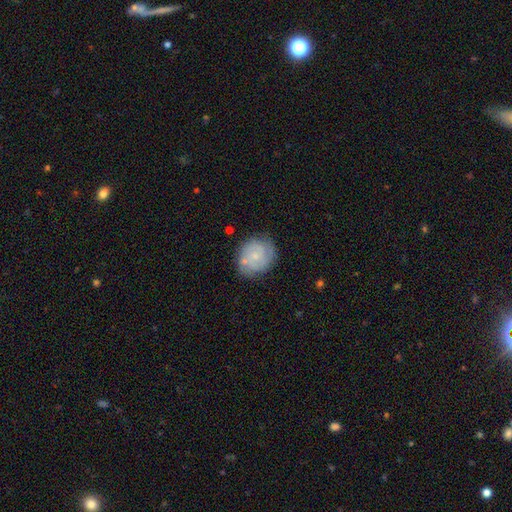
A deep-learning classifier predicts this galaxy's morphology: type=featured or disk (55%); edge-on=no (98%); bar=no (76%); spiral arms=yes (83%); bulge=small (73%); merging=none (71%).